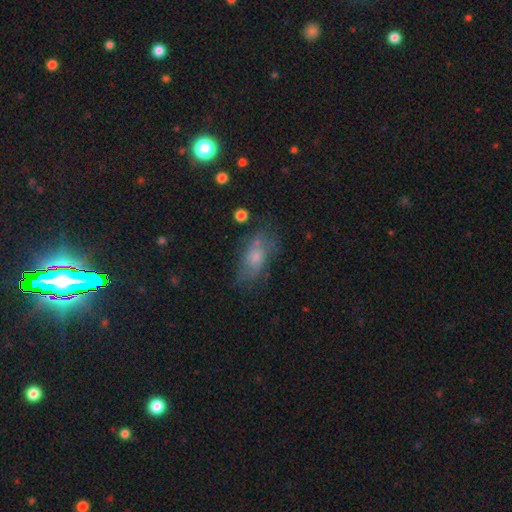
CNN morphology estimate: smooth_or_featured: smooth (p=0.51) [alt: featured or disk p=0.37]
how_rounded: in between (p=0.83) [alt: round p=0.09]
merging: none (p=0.60) [alt: minor disturbance p=0.24]